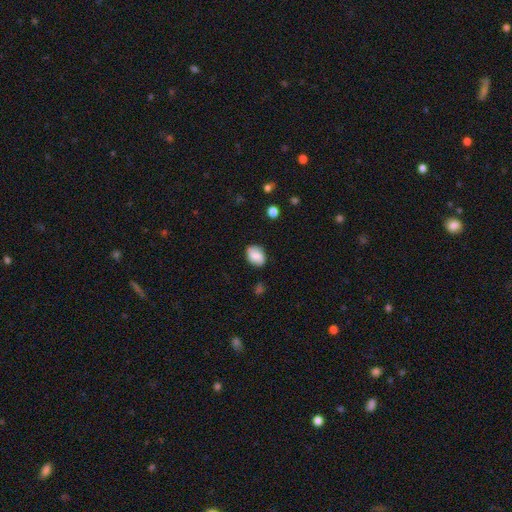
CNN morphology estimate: Smooth or featured? smooth (61%)
How rounded? in between (69%)
Merging? none (76%)